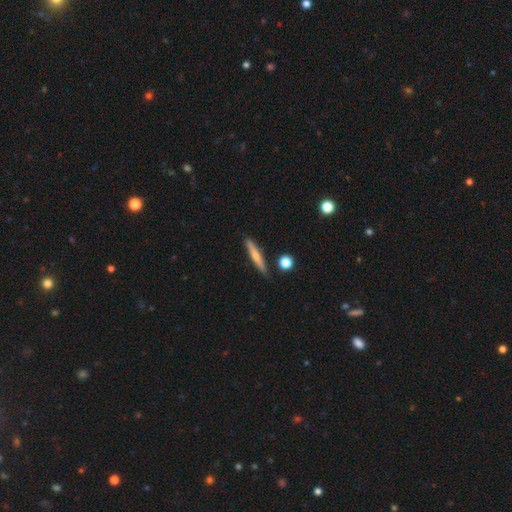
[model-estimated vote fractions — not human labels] This appears to be a smooth galaxy with no disk features (60%) that is cigar-shaped (92%). Merging: none (87%).